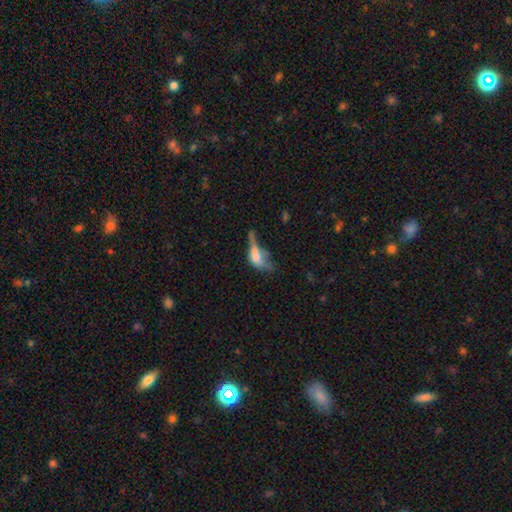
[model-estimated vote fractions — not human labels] Smooth or featured?
  - smooth: 52% *
  - featured or disk: 37%
  - star or artifact: 11%
How rounded?
  - in between: 73% *
  - cigar-shaped: 20%
  - round: 7%
Merging?
  - major disturbance: 44% *
  - merger: 20%
  - minor disturbance: 18%
  - none: 18%